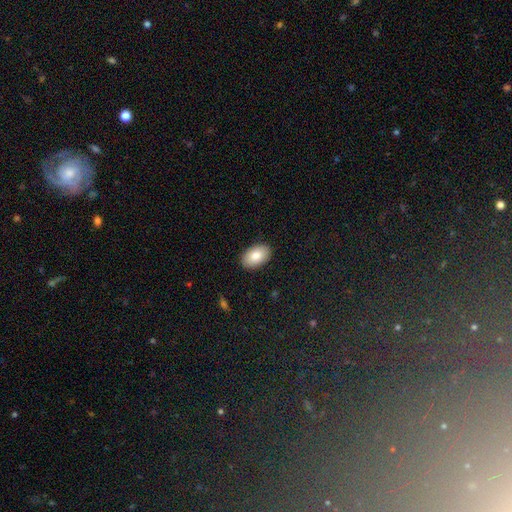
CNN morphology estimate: A smooth galaxy with no disk features (83%) that is in between round and cigar-shaped (94%). Merging: none (90%).